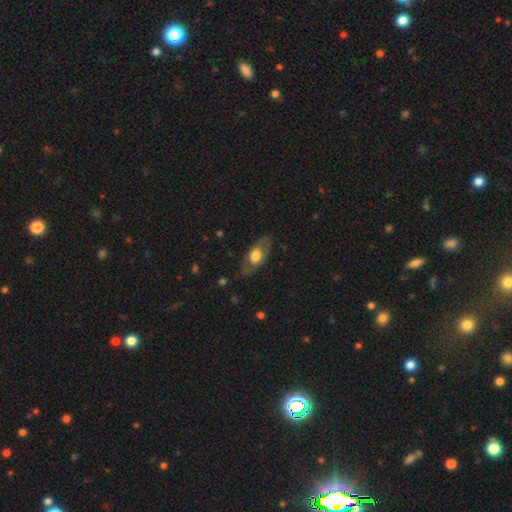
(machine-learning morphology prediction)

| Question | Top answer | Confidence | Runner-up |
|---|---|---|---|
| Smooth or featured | smooth | 52% | featured or disk (42%) |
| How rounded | in between | 84% | round (8%) |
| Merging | none | 76% | minor disturbance (16%) |